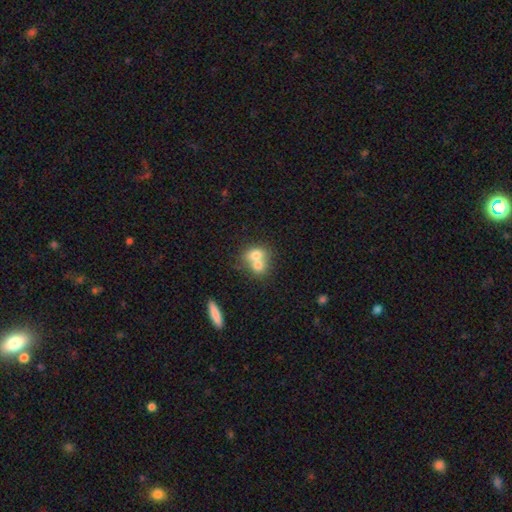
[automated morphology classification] Smooth or featured? smooth (70%)
How rounded? round (56%)
Merging? merger (68%)